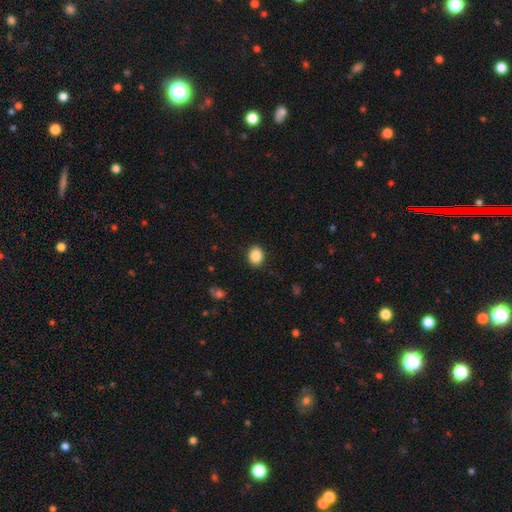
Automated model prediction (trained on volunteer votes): Overall: smooth (88%). How rounded: round (52%; in between 47%). Merging: none (89%).